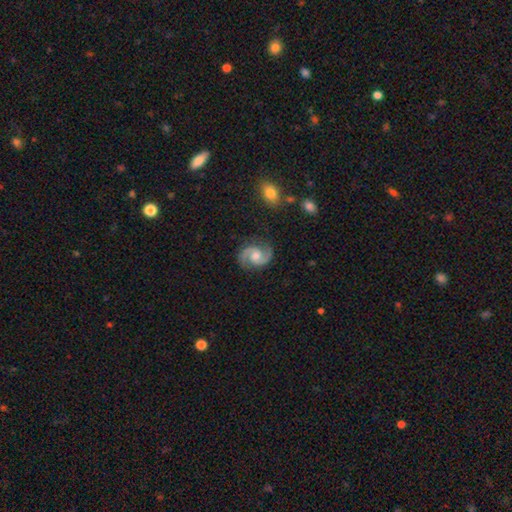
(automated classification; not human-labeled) This is clearly a featured or disk galaxy (90%). It is clearly not viewed edge-on (98%). Bar: possibly no (55%). Spiral arm pattern: clearly yes (98%). Spiral arm count: clearly 2 (94%). Spiral winding: likely medium (63%). Central bulge: likely moderate (61%). Merging: clearly none (84%).